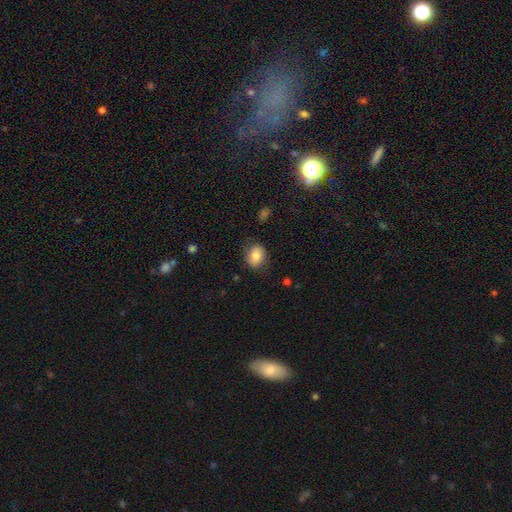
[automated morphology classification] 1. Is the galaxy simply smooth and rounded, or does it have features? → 81% smooth, 10% featured or disk, 8% star or artifact.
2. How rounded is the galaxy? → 52% in between, 47% round, 1% cigar-shaped.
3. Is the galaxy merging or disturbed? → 76% none, 17% minor disturbance, 5% major disturbance, 1% merger.